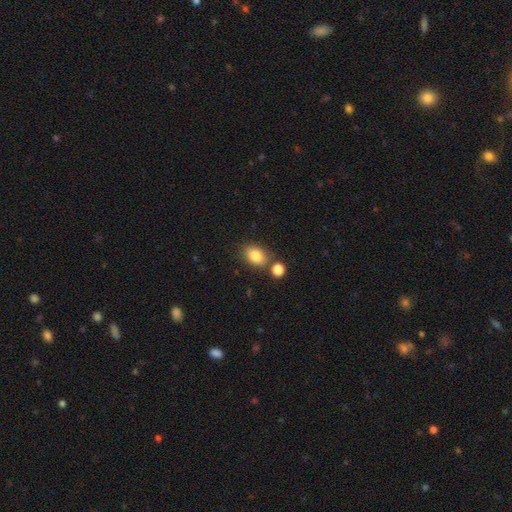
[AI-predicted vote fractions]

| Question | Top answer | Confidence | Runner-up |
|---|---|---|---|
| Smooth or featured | smooth | 83% | star or artifact (9%) |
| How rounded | in between | 79% | round (20%) |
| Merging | none | 71% | merger (14%) |